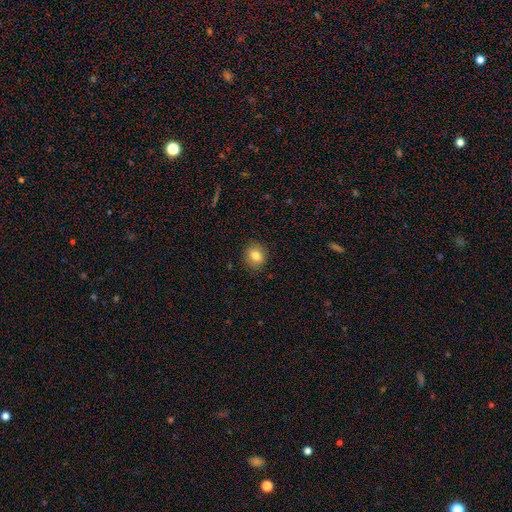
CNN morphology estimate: Smooth or featured? smooth (79%)
How rounded? round (62%)
Merging? none (85%)